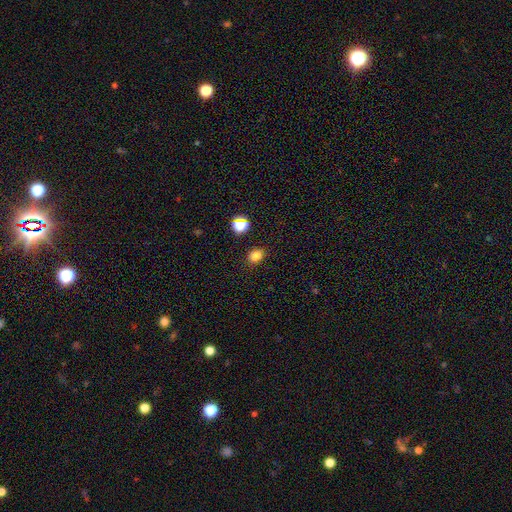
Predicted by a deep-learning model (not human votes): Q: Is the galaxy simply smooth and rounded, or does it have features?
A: smooth — 80%.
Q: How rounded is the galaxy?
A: in between — 55%.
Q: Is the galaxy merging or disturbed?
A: none — 87%.